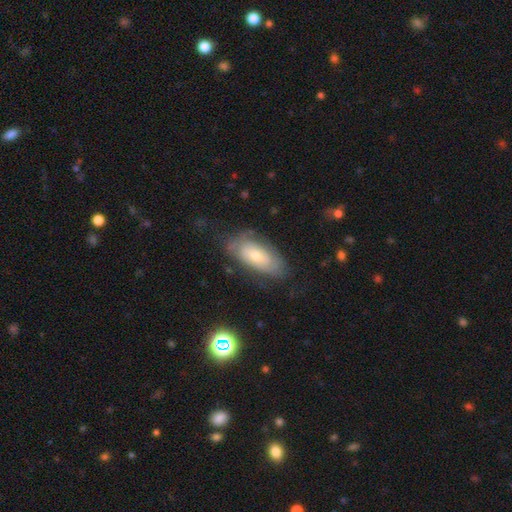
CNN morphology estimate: The model was most divided on "bulge size": small: 49%, moderate: 46%, large: 3%, none: 1%, dominant: 1%. More confident: edge-on disk — no (89%); bar — no (77%); spiral arms — yes (68%); merging — none (67%); smooth or featured — featured or disk (57%).